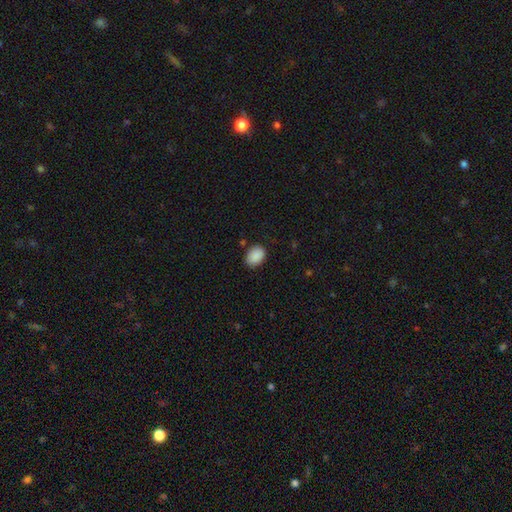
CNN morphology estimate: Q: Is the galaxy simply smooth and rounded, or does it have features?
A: smooth — 89%.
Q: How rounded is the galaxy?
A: in between — 74%.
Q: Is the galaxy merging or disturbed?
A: none — 83%.